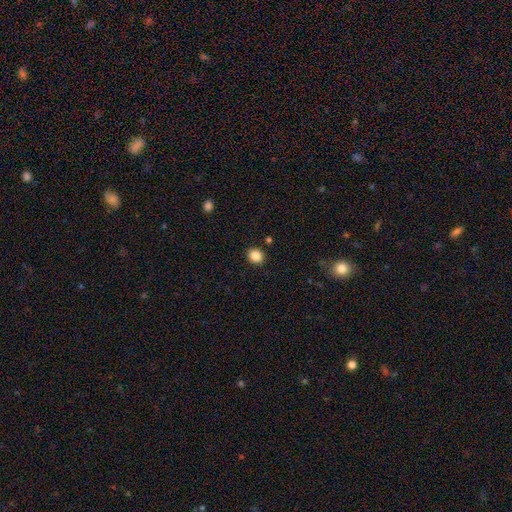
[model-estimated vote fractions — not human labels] smooth-or-featured: smooth: 86% | star or artifact: 10% | featured or disk: 4%
  how-rounded: round: 74% | in between: 25% | cigar-shaped: 1%
  merging: none: 90% | minor disturbance: 6% | major disturbance: 2% | merger: 2%